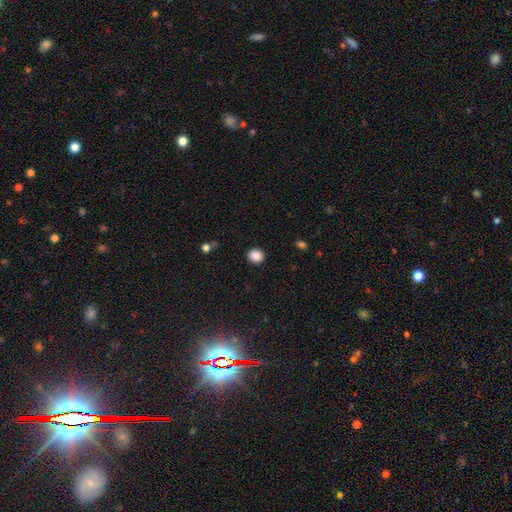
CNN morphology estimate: type=smooth (88%); roundness=round (79%); merging=none (90%).